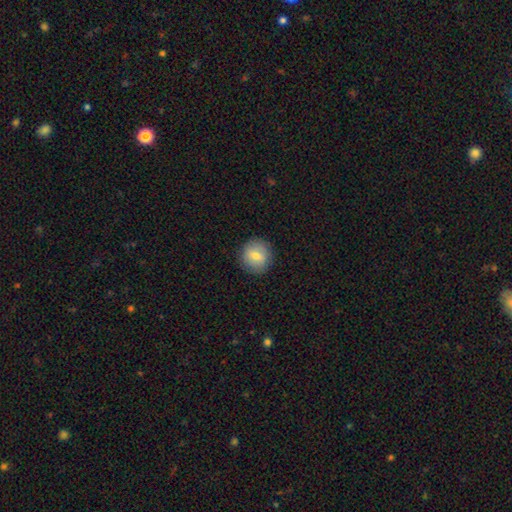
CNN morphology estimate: This is likely a smooth galaxy (74%). How rounded: clearly round (88%). Merging: clearly none (89%).